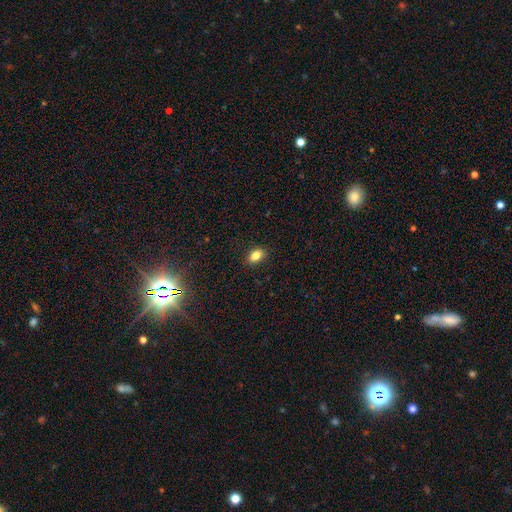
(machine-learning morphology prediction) Smooth or featured? Predicted: smooth (p=0.82). How rounded? Predicted: in between (p=0.84). Merging? Predicted: none (p=0.87).